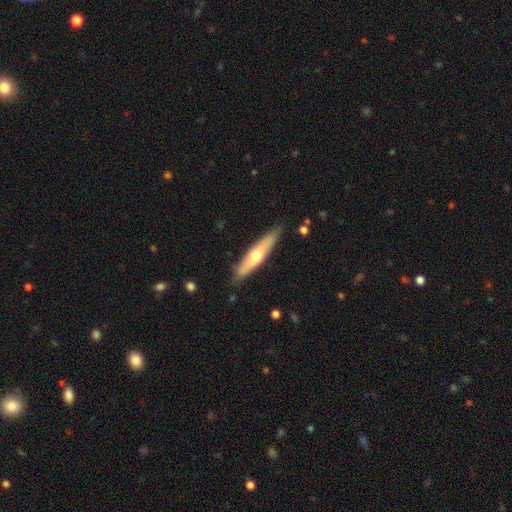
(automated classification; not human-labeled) Smooth or featured? Predicted: smooth (p=0.48). Merging? Predicted: none (p=0.84).